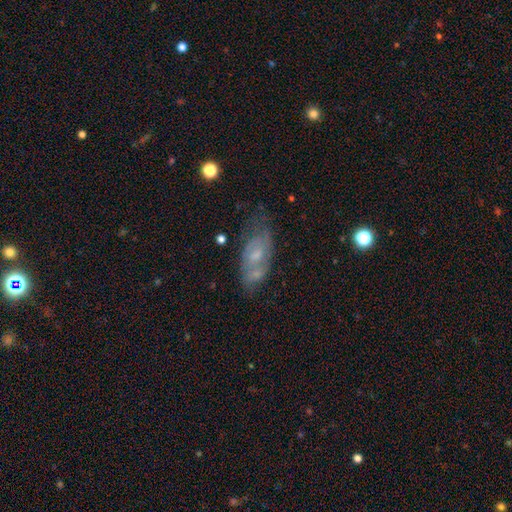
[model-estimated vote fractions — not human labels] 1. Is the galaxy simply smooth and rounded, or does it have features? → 57% featured or disk, 33% smooth, 10% star or artifact.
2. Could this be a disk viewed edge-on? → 88% no, 12% yes.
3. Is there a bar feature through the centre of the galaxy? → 63% no, 31% weak, 6% strong.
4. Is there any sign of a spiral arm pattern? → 58% yes, 42% no.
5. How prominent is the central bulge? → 50% small, 36% moderate, 10% none, 2% large, 1% dominant.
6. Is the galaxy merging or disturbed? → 53% none, 24% minor disturbance, 12% merger, 11% major disturbance.